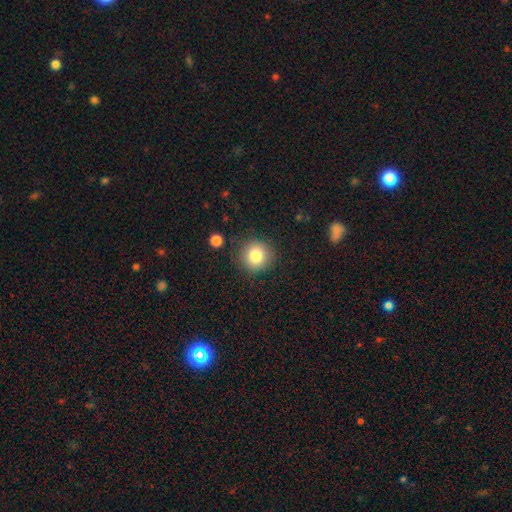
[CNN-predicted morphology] The model was most divided on "smooth or featured": smooth: 82%, star or artifact: 10%, featured or disk: 8%. More confident: how rounded — round (92%); merging — none (86%).